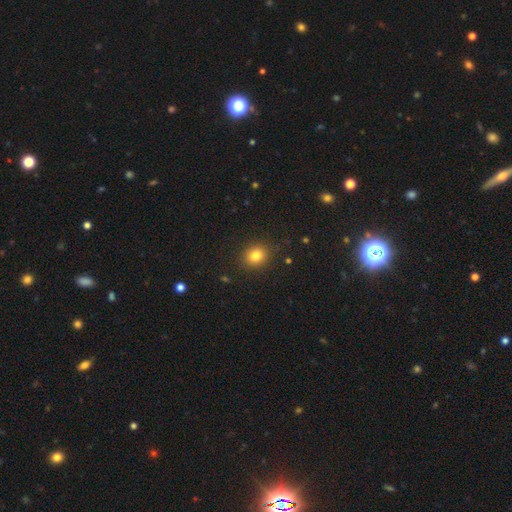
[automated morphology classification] Smooth or featured: smooth — 82% (star or artifact — 12%)
How rounded: round — 70% (in between — 29%)
Merging: none — 88% (minor disturbance — 8%)